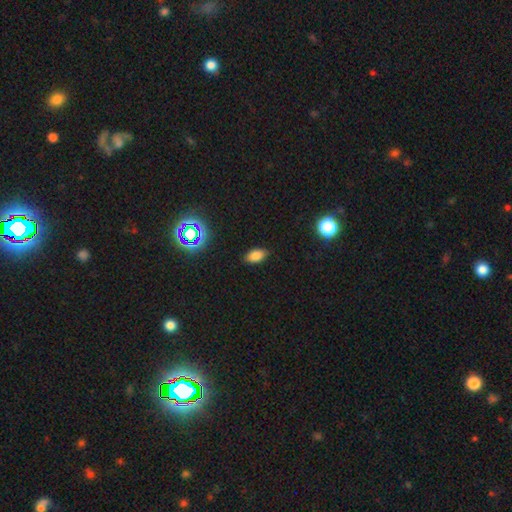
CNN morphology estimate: Overall: smooth (79%). How rounded: in between (90%). Merging: none (84%).